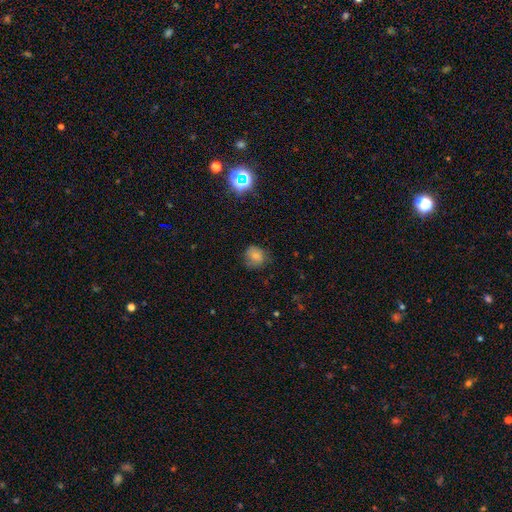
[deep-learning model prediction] The model was most divided on "merging": none: 69%, minor disturbance: 23%, major disturbance: 7%, merger: 1%. More confident: how rounded — round (80%); smooth or featured — smooth (76%).